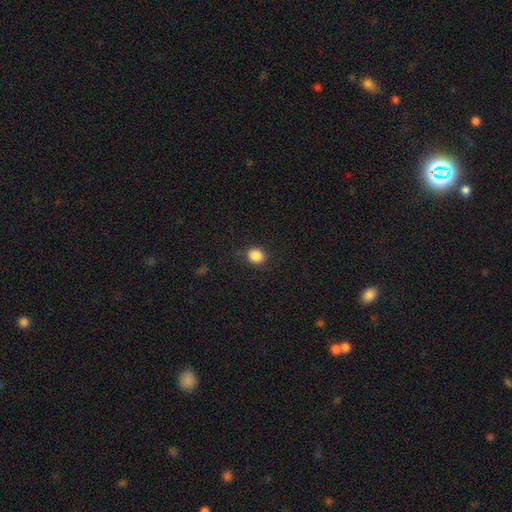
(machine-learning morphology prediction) smooth 87%, star or artifact 10%, featured or disk 3%. Down the decision tree: how rounded — round (69%); merging — none (85%).